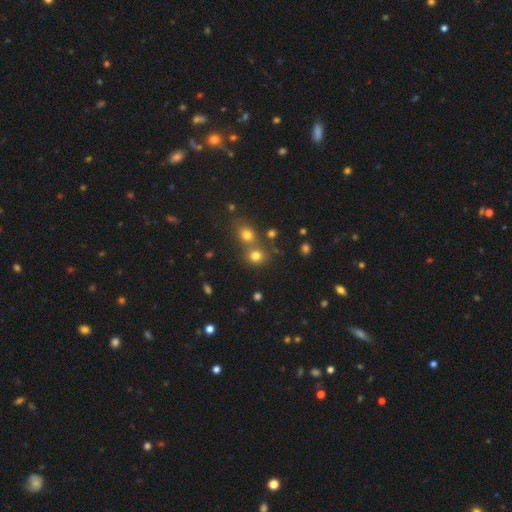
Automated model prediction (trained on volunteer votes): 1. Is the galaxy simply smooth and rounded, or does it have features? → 75% smooth, 17% star or artifact, 8% featured or disk.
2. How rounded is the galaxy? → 80% round, 19% in between, 1% cigar-shaped.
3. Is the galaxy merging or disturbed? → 52% none, 37% merger, 8% minor disturbance, 3% major disturbance.